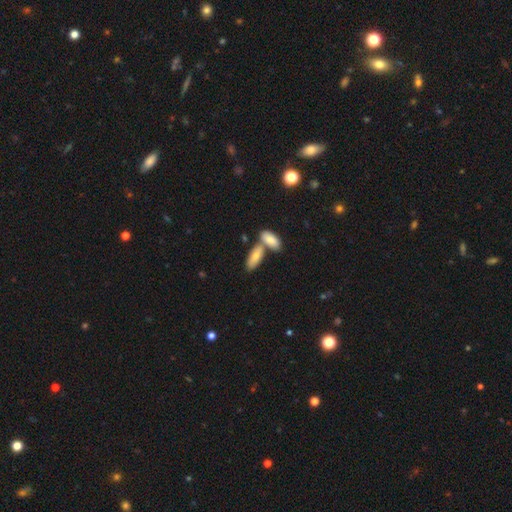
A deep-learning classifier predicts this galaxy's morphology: Smooth or featured?
  - smooth: 78% *
  - featured or disk: 15%
  - star or artifact: 6%
How rounded?
  - in between: 79% *
  - cigar-shaped: 18%
  - round: 3%
Merging?
  - none: 45% *
  - merger: 43%
  - minor disturbance: 9%
  - major disturbance: 3%